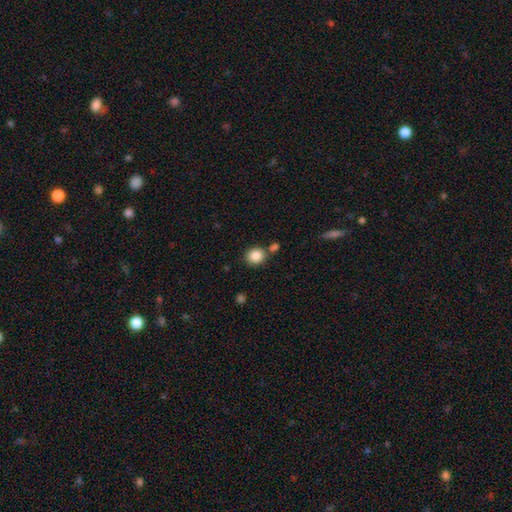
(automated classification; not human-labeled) Smooth or featured?
  - smooth: 86% *
  - star or artifact: 9%
  - featured or disk: 5%
How rounded?
  - round: 81% *
  - in between: 18%
  - cigar-shaped: 1%
Merging?
  - none: 73% *
  - merger: 13%
  - minor disturbance: 10%
  - major disturbance: 3%